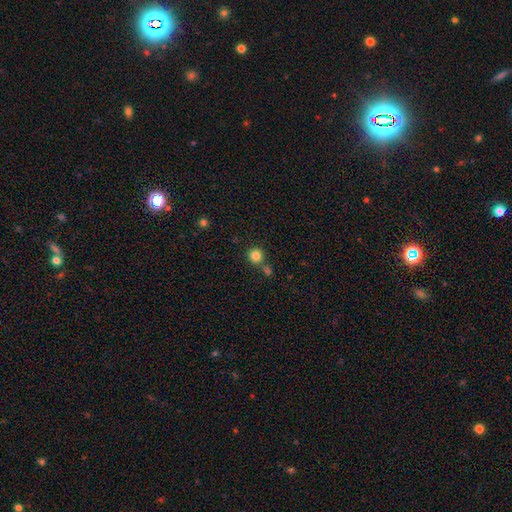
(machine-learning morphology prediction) Smooth or featured: smooth — 83% (star or artifact — 12%)
How rounded: round — 94% (in between — 5%)
Merging: none — 74% (merger — 15%)